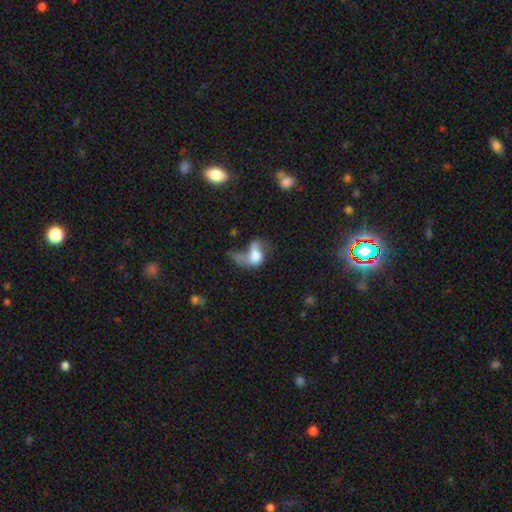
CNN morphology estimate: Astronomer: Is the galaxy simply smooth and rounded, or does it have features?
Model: smooth — 52% (runner-up: featured or disk, 37%).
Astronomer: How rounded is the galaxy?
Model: in between — 66%.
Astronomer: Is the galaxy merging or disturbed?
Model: major disturbance — 48% (runner-up: merger, 23%).